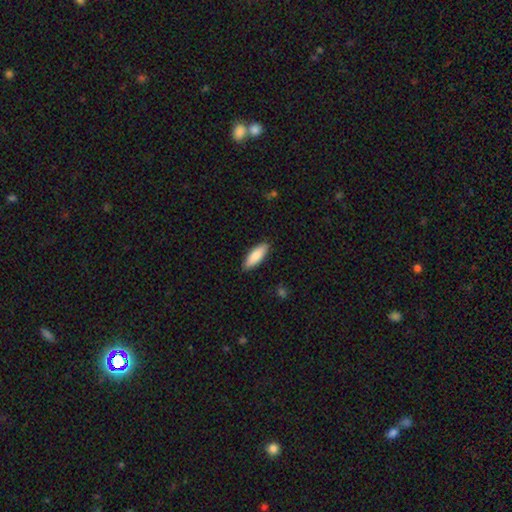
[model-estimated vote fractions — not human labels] Overall: smooth (86%). How rounded: in between (64%; cigar-shaped 35%). Merging: none (88%).